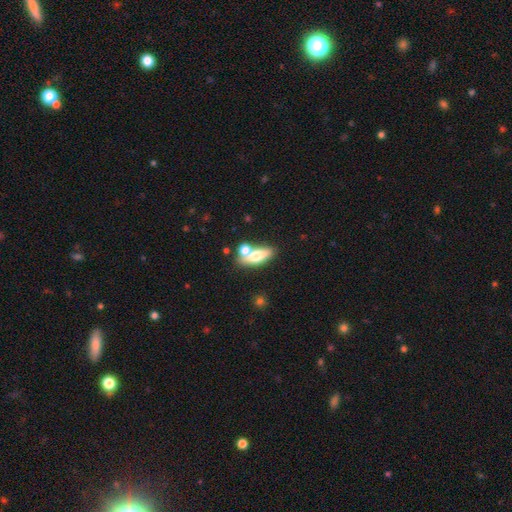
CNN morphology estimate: A smooth galaxy with no disk features (60%) that is in between round and cigar-shaped (60%). Merging: none (52%).